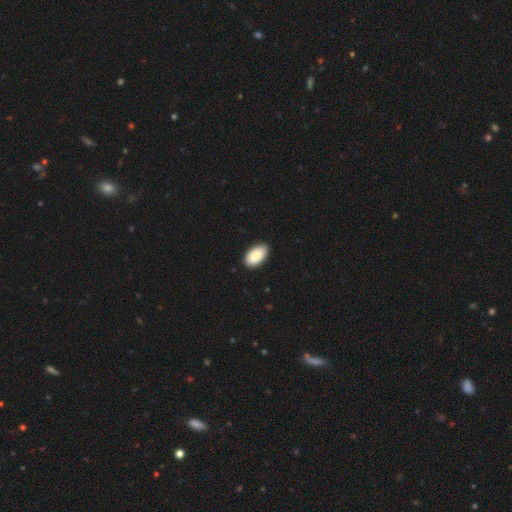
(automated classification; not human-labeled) Smooth or featured? smooth (87%)
How rounded? in between (96%)
Merging? none (90%)